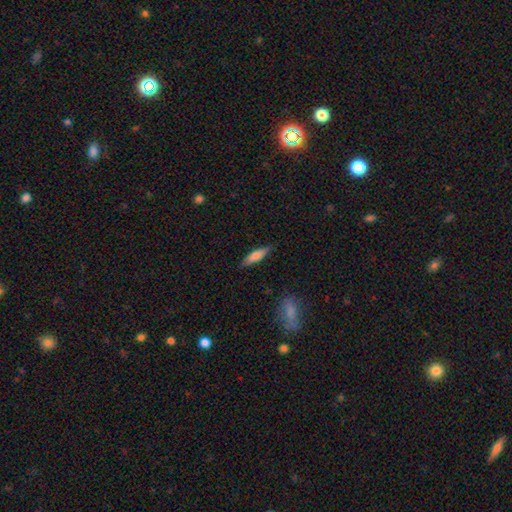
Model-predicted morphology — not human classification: Smooth or featured: smooth — 72% (featured or disk — 22%)
How rounded: cigar-shaped — 67% (in between — 31%)
Merging: none — 85% (minor disturbance — 11%)